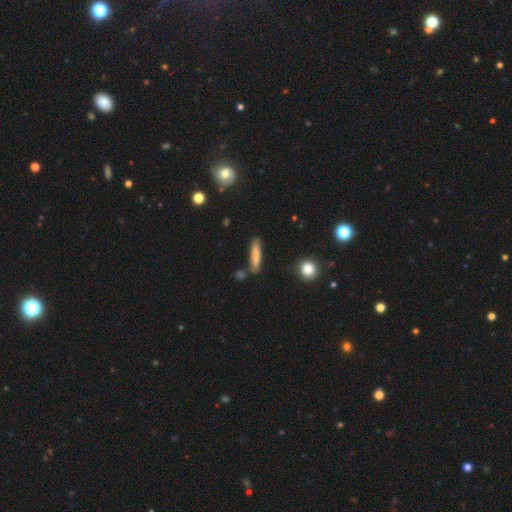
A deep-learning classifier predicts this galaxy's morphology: smooth 74%, featured or disk 19%, star or artifact 7%. Down the decision tree: how rounded — cigar-shaped (87%); merging — none (73%).